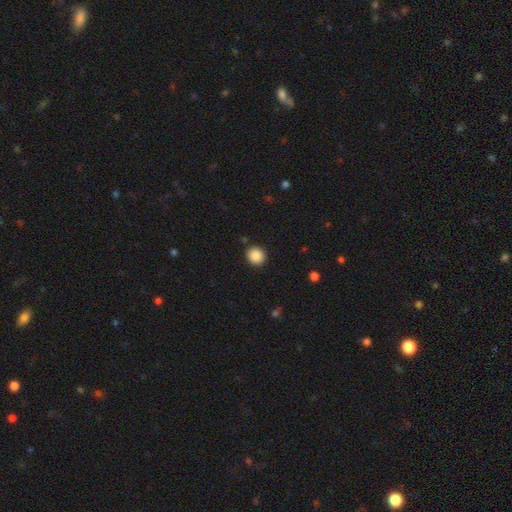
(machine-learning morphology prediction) This appears to be a smooth galaxy with no disk features (88%) that is round (87%). Merging: none (90%).